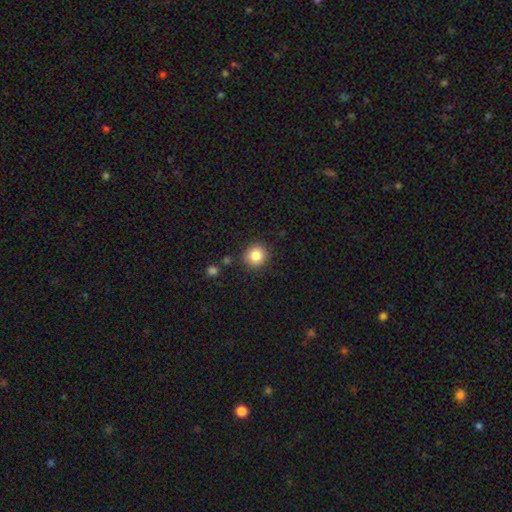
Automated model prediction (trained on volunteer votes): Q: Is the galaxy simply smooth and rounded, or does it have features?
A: smooth — 83%.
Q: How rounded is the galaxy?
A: round — 91%.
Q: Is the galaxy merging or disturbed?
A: none — 87%.